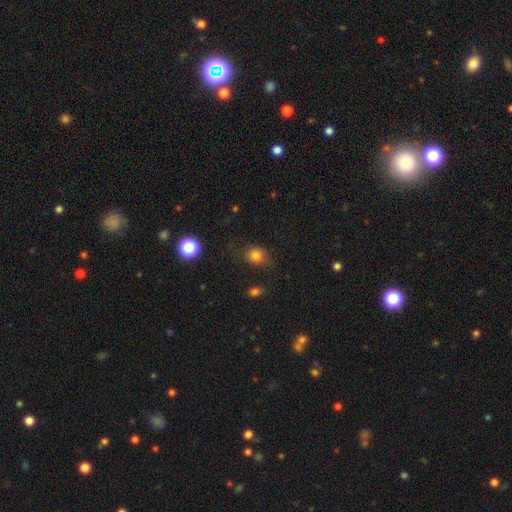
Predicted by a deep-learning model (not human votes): This is likely a smooth galaxy (80%). How rounded: likely round (69%). Merging: likely none (73%).